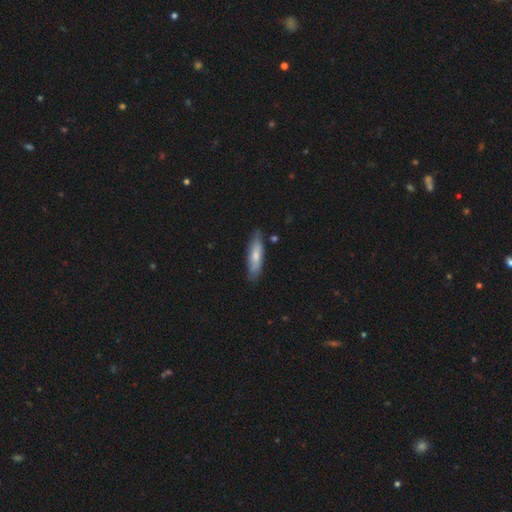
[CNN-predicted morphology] smooth_or_featured: smooth (p=0.65) [alt: featured or disk p=0.30]
how_rounded: cigar-shaped (p=0.63) [alt: in between p=0.36]
merging: none (p=0.78) [alt: minor disturbance p=0.17]